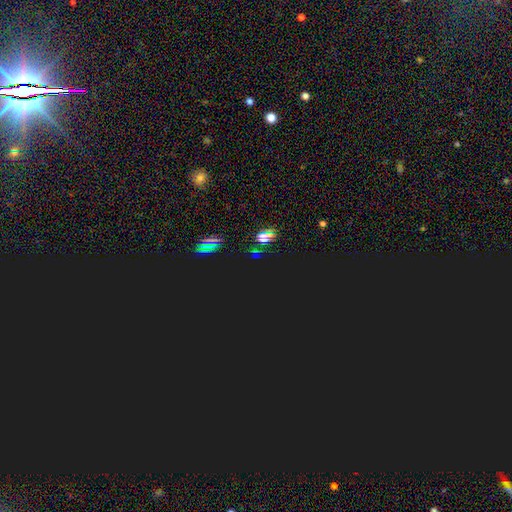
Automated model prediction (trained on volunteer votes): Smooth or featured?
  - star or artifact: 82% *
  - smooth: 11%
  - featured or disk: 7%